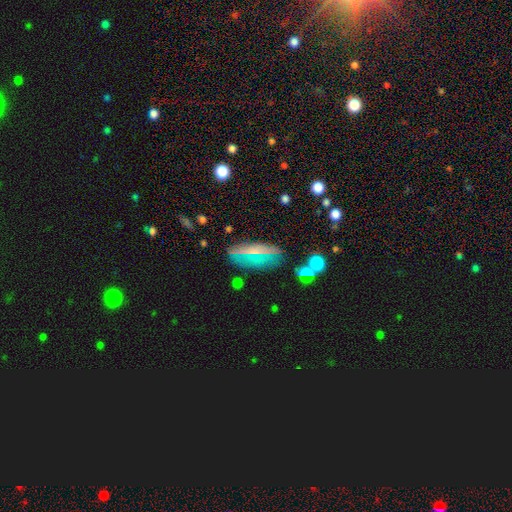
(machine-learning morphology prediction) A featured or disk galaxy (57%) viewed edge-on (52%).

Vote fractions:
- Smooth or featured? featured or disk: 57% / smooth: 30% / star or artifact: 13%
- Edge-on disk? yes: 52% / no: 48%
- Merging? none: 62% / minor disturbance: 21% / major disturbance: 11% / merger: 6%